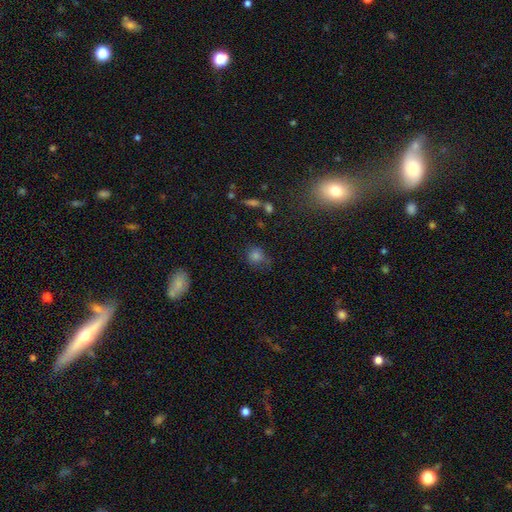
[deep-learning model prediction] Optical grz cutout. It shows a smooth galaxy with no disk features (71%) that is round (77%). Merging: none (67%).